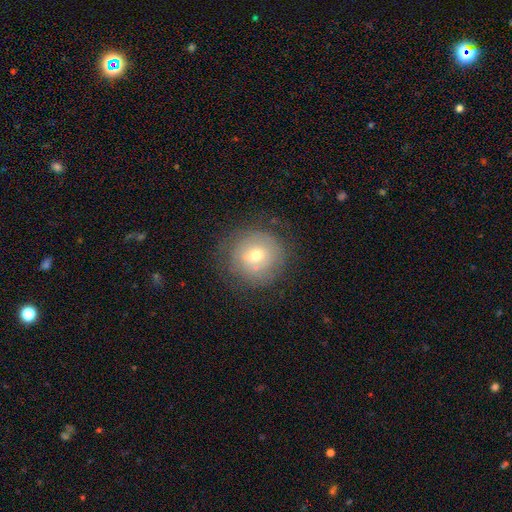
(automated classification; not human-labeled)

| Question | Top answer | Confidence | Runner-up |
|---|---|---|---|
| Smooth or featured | smooth | 58% | featured or disk (31%) |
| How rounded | round | 92% | in between (7%) |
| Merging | none | 75% | minor disturbance (15%) |